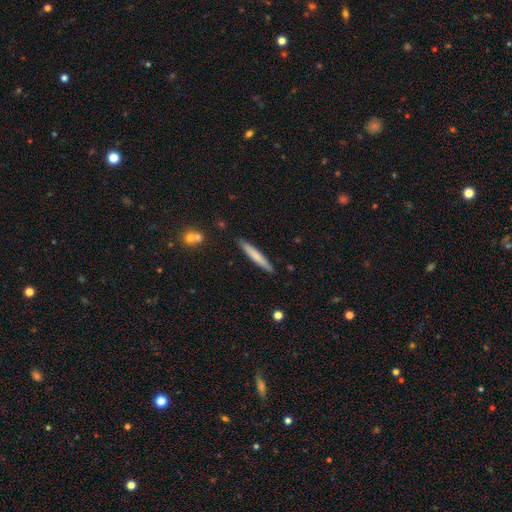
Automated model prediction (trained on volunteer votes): Smooth or featured? smooth (71%)
How rounded? cigar-shaped (95%)
Merging? none (89%)